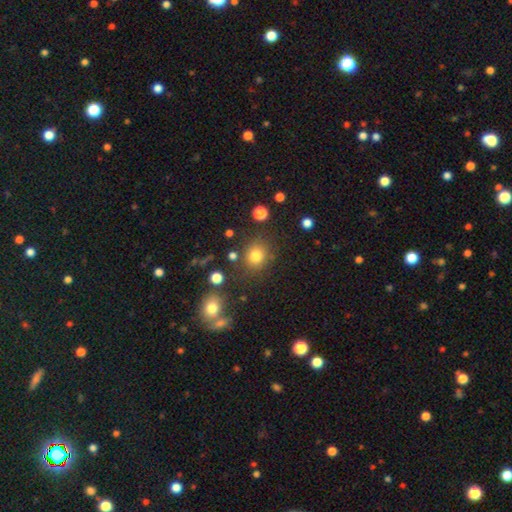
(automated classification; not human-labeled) This is likely a smooth galaxy (79%). How rounded: likely round (76%). Merging: likely none (79%).